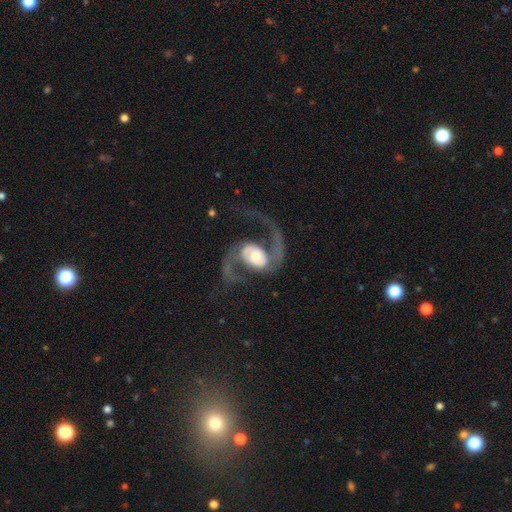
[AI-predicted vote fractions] The model was most divided on "bar": no: 50%, weak: 30%, strong: 21%. More confident: edge-on disk — no (97%); spiral arms — yes (96%); spiral arm count — 2 (92%); smooth or featured — featured or disk (88%); spiral winding — loose (65%); merging — none (59%); bulge size — moderate (53%).